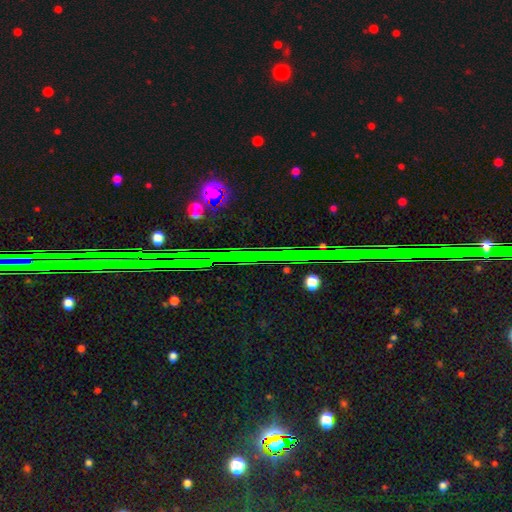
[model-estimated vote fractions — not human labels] Smooth or featured? star or artifact (80%)